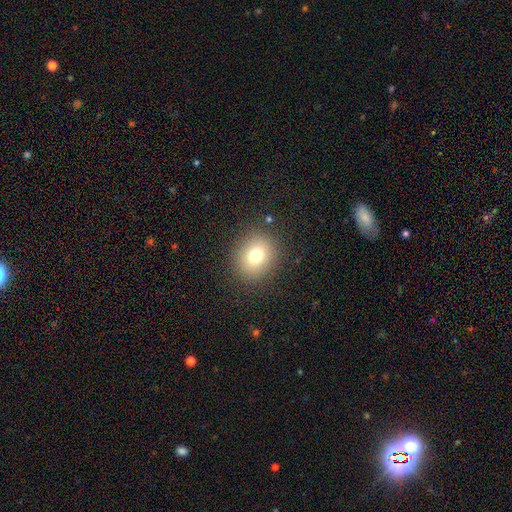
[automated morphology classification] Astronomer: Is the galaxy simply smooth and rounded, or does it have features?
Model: smooth — 75%.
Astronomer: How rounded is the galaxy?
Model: round — 72%.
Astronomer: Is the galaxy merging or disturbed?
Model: none — 87%.